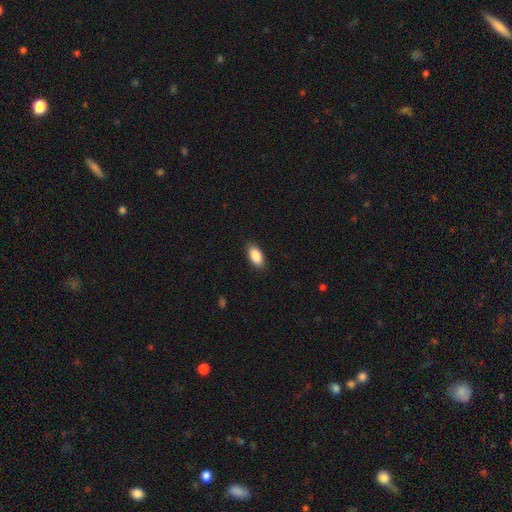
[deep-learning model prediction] Smooth or featured: smooth — 89% (star or artifact — 6%)
How rounded: in between — 92% (cigar-shaped — 5%)
Merging: none — 87% (minor disturbance — 10%)